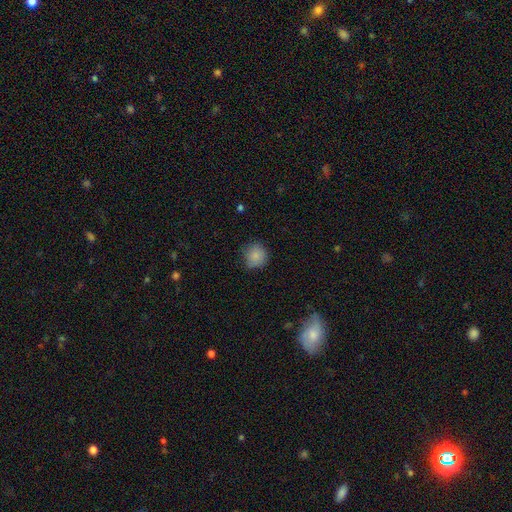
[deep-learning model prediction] Smooth or featured?
  - smooth: 84% *
  - star or artifact: 10%
  - featured or disk: 6%
How rounded?
  - round: 88% *
  - in between: 11%
  - cigar-shaped: 1%
Merging?
  - none: 73% *
  - minor disturbance: 22%
  - major disturbance: 4%
  - merger: 1%